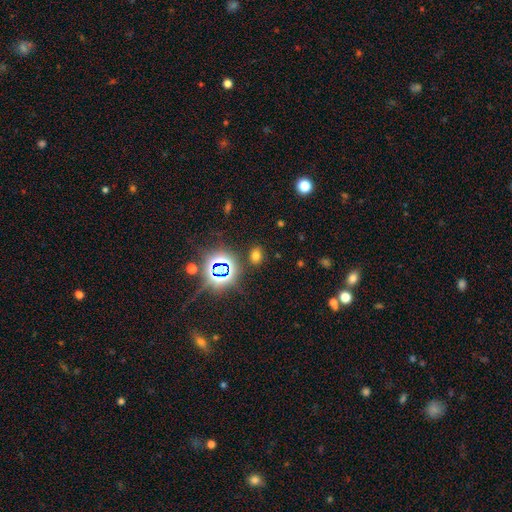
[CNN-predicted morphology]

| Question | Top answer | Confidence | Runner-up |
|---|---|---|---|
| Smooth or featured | smooth | 60% | star or artifact (33%) |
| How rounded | in between | 63% | round (36%) |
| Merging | none | 85% | minor disturbance (9%) |